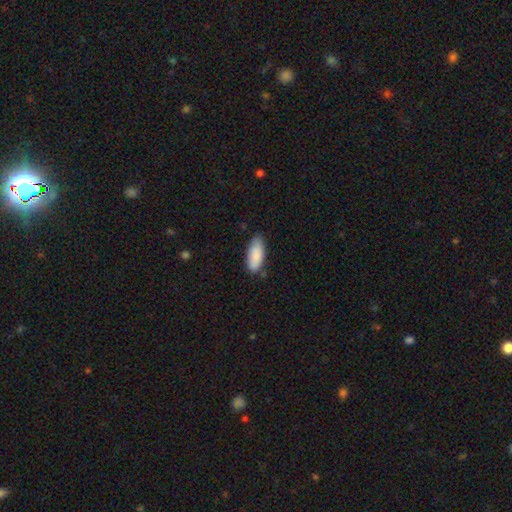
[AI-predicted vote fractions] This is clearly a smooth galaxy (88%). How rounded: clearly in between (83%). Merging: likely none (75%).